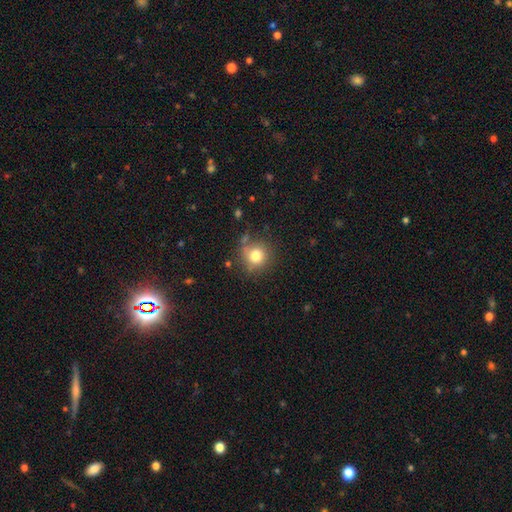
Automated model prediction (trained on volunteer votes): Q: Smooth or featured?
A: smooth (79%); runner-up: star or artifact (12%)
Q: How rounded?
A: round (90%); runner-up: in between (9%)
Q: Merging?
A: none (71%); runner-up: minor disturbance (16%)